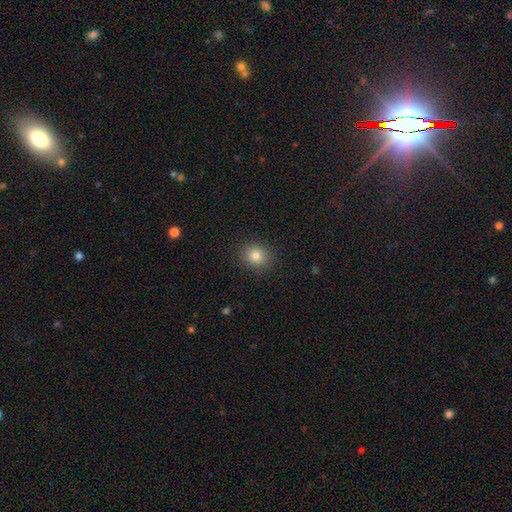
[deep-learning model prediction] The model was most divided on "how rounded": round: 77%, in between: 22%, cigar-shaped: 1%. More confident: merging — none (89%); smooth or featured — smooth (82%).